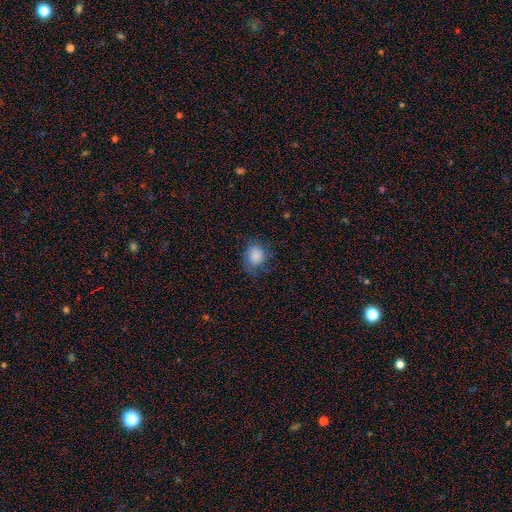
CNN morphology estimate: Smooth or featured?
  - smooth: 78% *
  - featured or disk: 13%
  - star or artifact: 9%
How rounded?
  - round: 68% *
  - in between: 31%
  - cigar-shaped: 1%
Merging?
  - none: 62% *
  - minor disturbance: 23%
  - major disturbance: 13%
  - merger: 1%